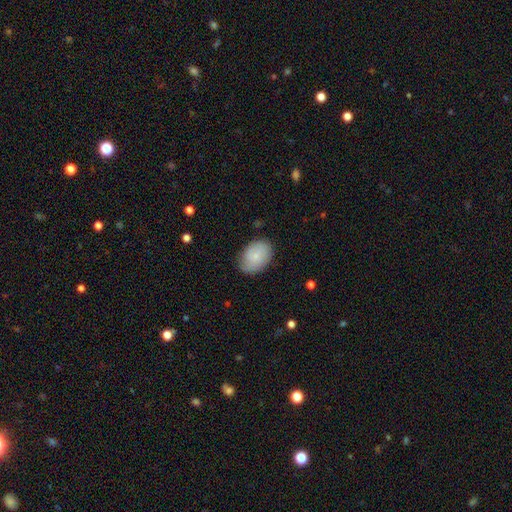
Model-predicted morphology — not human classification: type=smooth (77%); roundness=in between (82%); merging=none (78%).